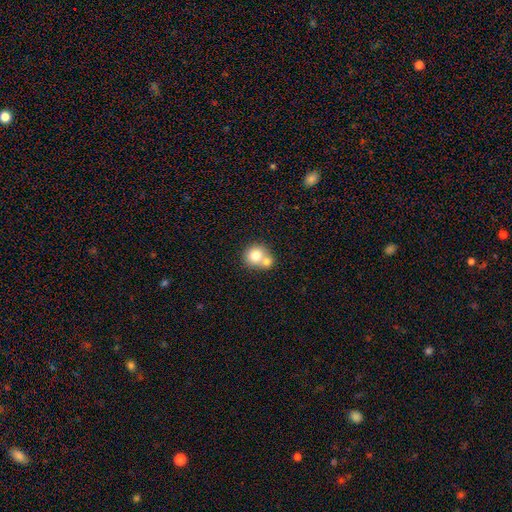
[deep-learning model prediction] Morphology: type=smooth (76%); roundness=round (84%); merging=merger (53%).